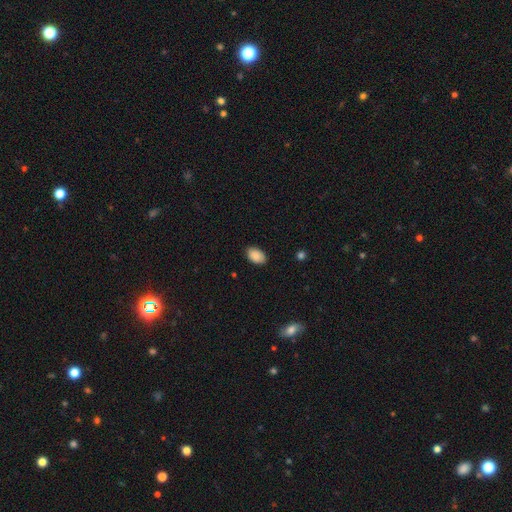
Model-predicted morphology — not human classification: This appears to be a smooth galaxy with no disk features (90%) that is in between round and cigar-shaped (92%). Merging: none (87%).